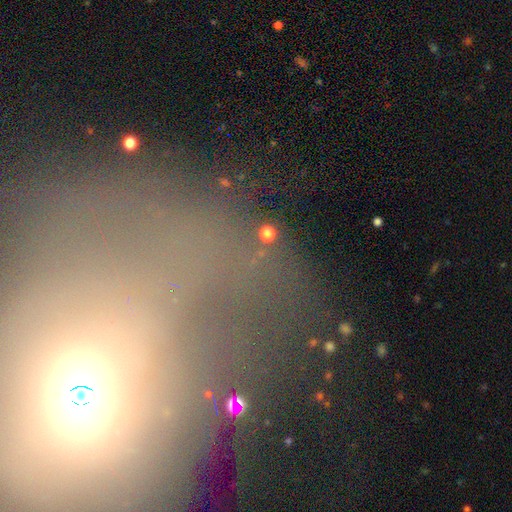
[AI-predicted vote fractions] Morphology: type=star or artifact (50%).